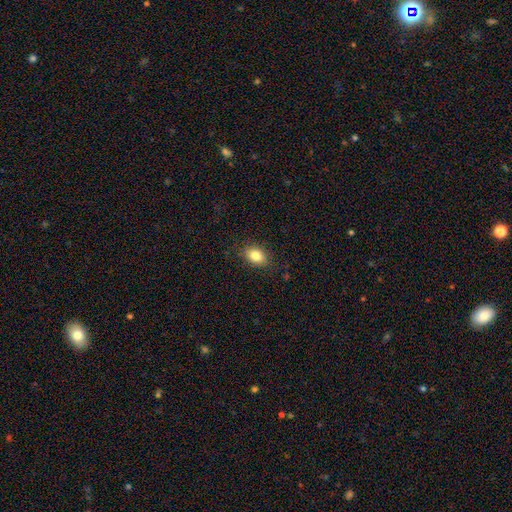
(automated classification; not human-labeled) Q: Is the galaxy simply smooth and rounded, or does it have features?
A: smooth — 83%.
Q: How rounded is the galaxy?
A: in between — 78%.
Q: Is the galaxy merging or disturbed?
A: none — 86%.